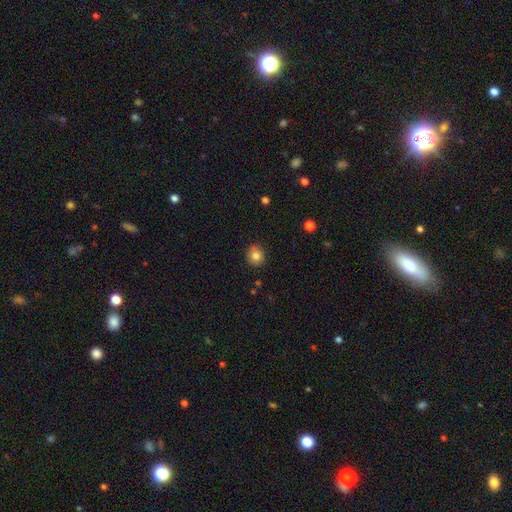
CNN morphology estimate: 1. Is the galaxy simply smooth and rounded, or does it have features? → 81% smooth, 10% star or artifact, 8% featured or disk.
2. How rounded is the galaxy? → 88% round, 11% in between, 1% cigar-shaped.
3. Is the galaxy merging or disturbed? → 85% none, 11% minor disturbance, 2% major disturbance, 1% merger.